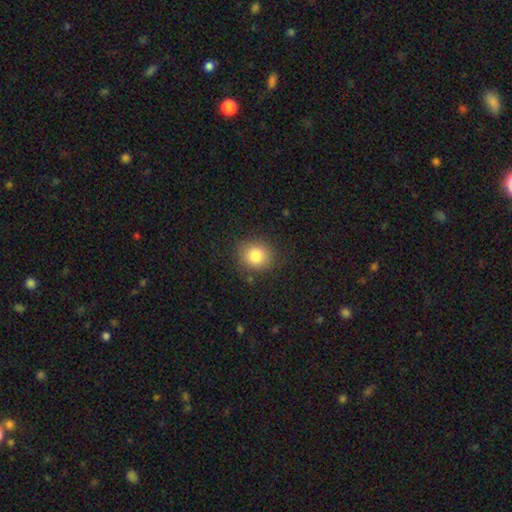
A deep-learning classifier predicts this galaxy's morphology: The model was most divided on "how rounded": round: 79%, in between: 20%, cigar-shaped: 1%. More confident: merging — none (85%); smooth or featured — smooth (81%).